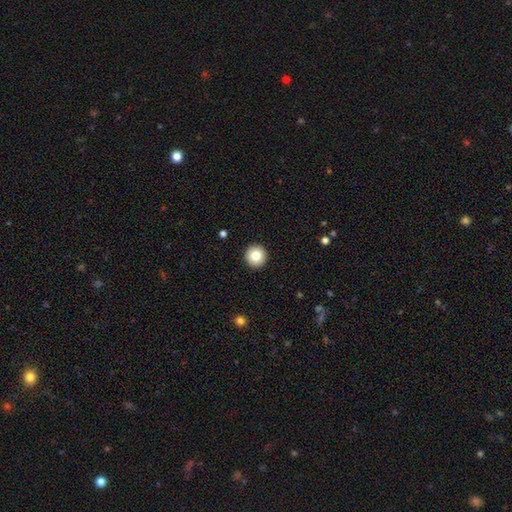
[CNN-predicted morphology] smooth-or-featured: smooth: 82% | star or artifact: 9% | featured or disk: 9%
  how-rounded: round: 96% | in between: 3% | cigar-shaped: 1%
  merging: none: 94% | minor disturbance: 4% | major disturbance: 1% | merger: 1%